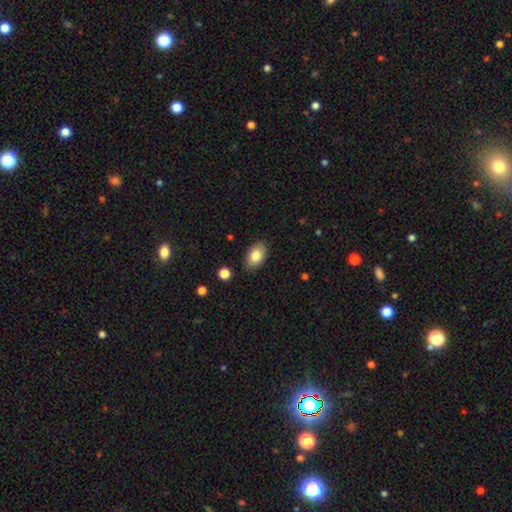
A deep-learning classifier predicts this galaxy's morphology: This is clearly a smooth galaxy (83%). How rounded: clearly in between (90%). Merging: clearly none (87%).